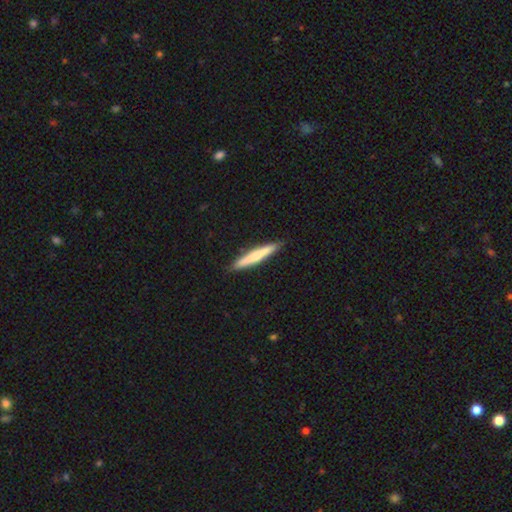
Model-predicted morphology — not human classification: Overall: smooth (56%; featured or disk 39%). How rounded: cigar-shaped (94%). Merging: none (90%).